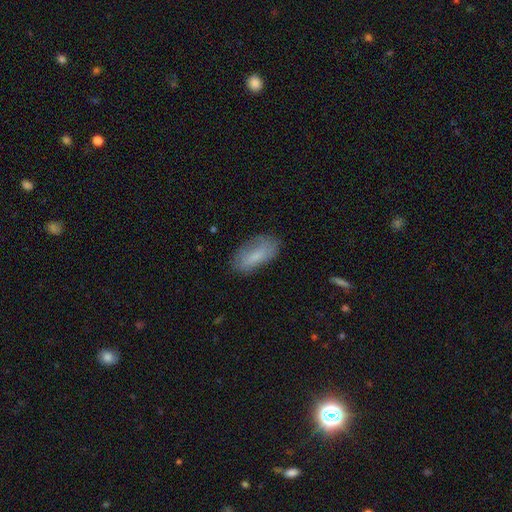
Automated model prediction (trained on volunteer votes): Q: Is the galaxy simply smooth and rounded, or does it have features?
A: smooth — 75%.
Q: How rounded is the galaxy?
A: in between — 86%.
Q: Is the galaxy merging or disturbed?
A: none — 74%.